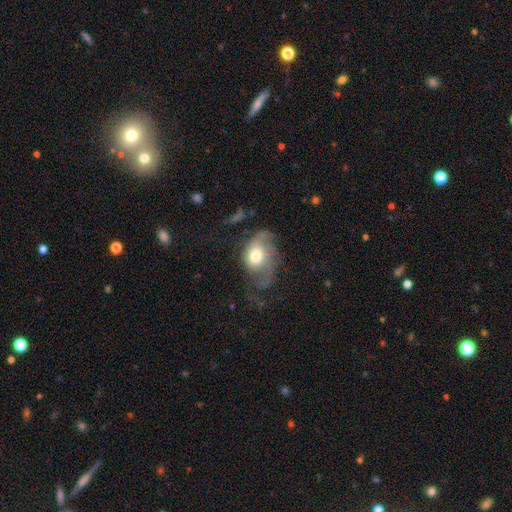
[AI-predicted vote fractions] Morphology: type=featured or disk (51%); edge-on=no (95%); merging=major disturbance (45%).